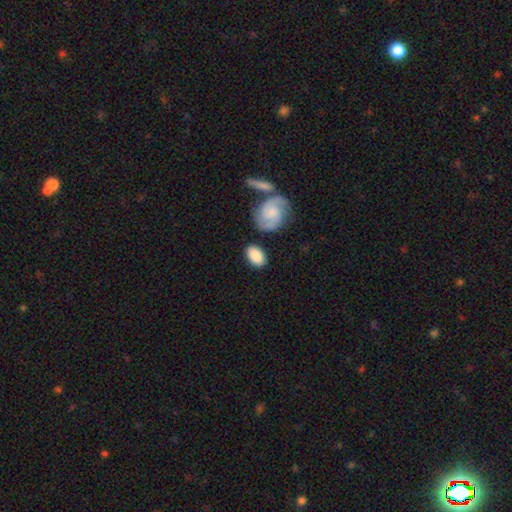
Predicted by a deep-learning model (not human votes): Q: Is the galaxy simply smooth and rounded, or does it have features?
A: smooth — 80%.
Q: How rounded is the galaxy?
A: in between — 88%.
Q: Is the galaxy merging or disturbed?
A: none — 74%.